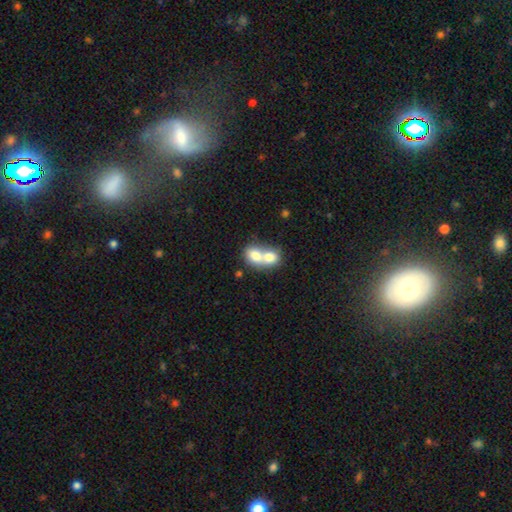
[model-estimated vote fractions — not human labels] Smooth or featured: smooth — 73% (featured or disk — 19%)
How rounded: in between — 57% (round — 42%)
Merging: merger — 78% (none — 15%)